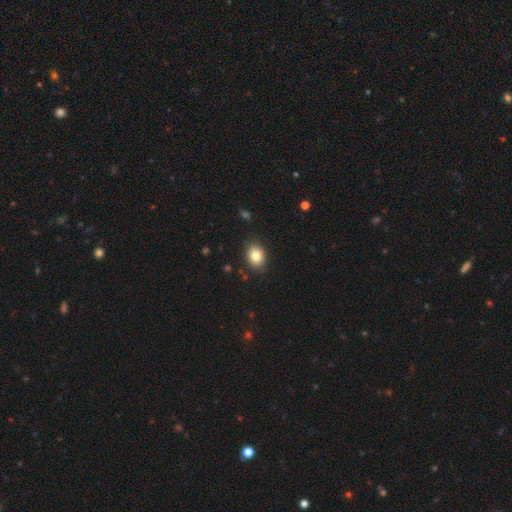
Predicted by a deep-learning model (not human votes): Morphology: type=smooth (83%); roundness=in between (55%); merging=none (87%).